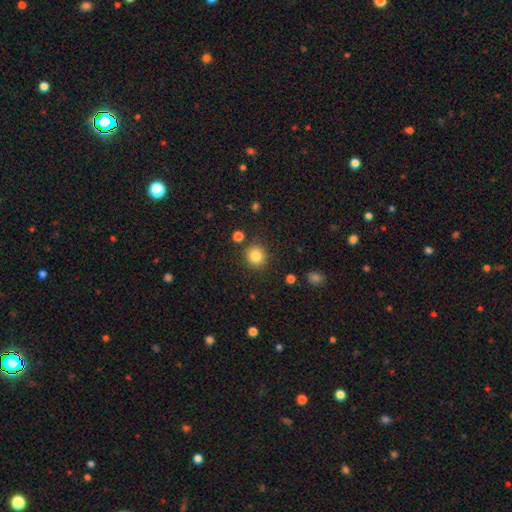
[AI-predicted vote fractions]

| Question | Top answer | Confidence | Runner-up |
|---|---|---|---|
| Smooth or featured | smooth | 84% | star or artifact (11%) |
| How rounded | round | 89% | in between (10%) |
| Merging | none | 86% | minor disturbance (8%) |